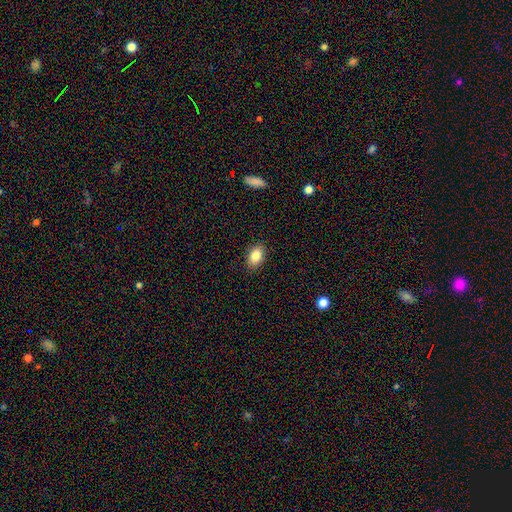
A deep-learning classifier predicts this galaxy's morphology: smooth-or-featured: smooth: 85% | star or artifact: 8% | featured or disk: 7%
  how-rounded: in between: 87% | round: 12% | cigar-shaped: 2%
  merging: none: 88% | minor disturbance: 9% | major disturbance: 2% | merger: 1%